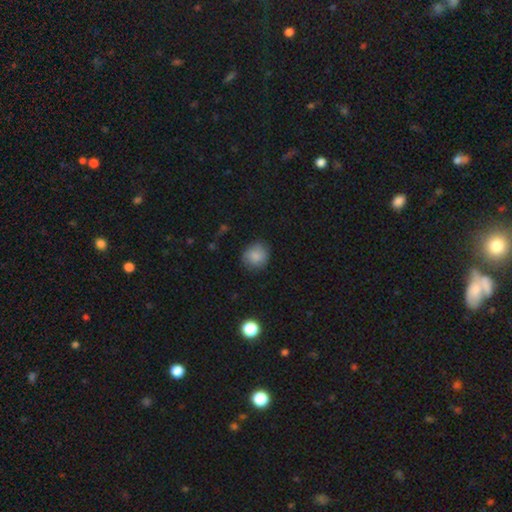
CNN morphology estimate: Smooth or featured?
  - smooth: 84% *
  - star or artifact: 9%
  - featured or disk: 7%
How rounded?
  - round: 85% *
  - in between: 14%
  - cigar-shaped: 1%
Merging?
  - none: 80% *
  - minor disturbance: 15%
  - major disturbance: 4%
  - merger: 1%